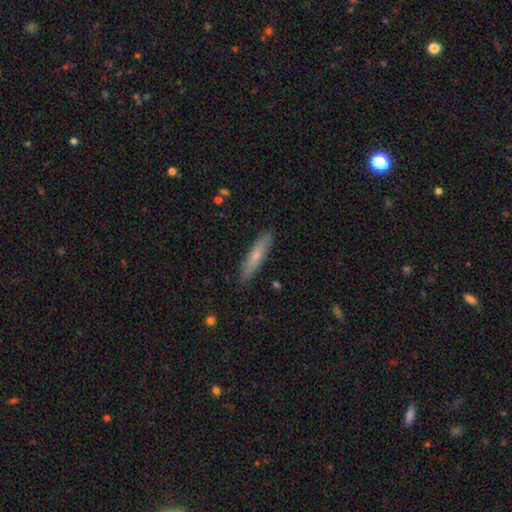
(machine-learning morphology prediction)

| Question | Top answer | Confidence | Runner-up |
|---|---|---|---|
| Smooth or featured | smooth | 67% | featured or disk (27%) |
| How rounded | cigar-shaped | 87% | in between (12%) |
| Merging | none | 88% | minor disturbance (9%) |